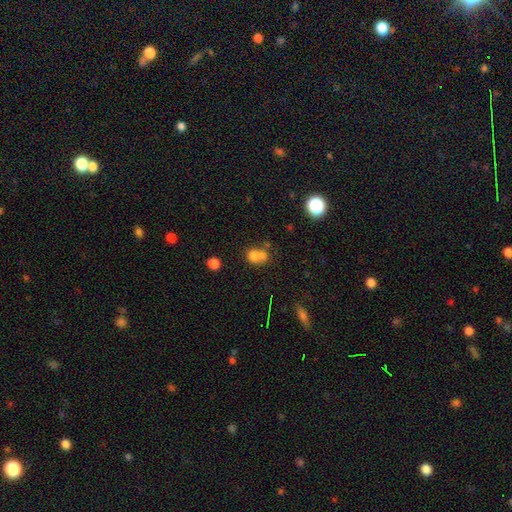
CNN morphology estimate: Smooth or featured?
  - smooth: 71% *
  - featured or disk: 15%
  - star or artifact: 14%
How rounded?
  - round: 58% *
  - in between: 40%
  - cigar-shaped: 1%
Merging?
  - merger: 54% *
  - none: 30%
  - minor disturbance: 11%
  - major disturbance: 6%